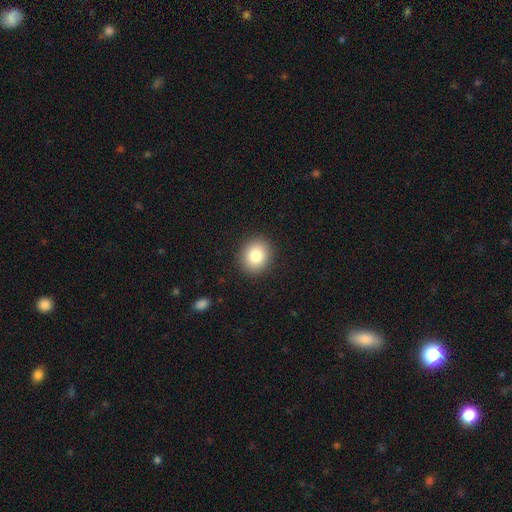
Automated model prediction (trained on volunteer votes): smooth 82%, star or artifact 9%, featured or disk 8%. Down the decision tree: how rounded — round (73%); merging — none (90%).